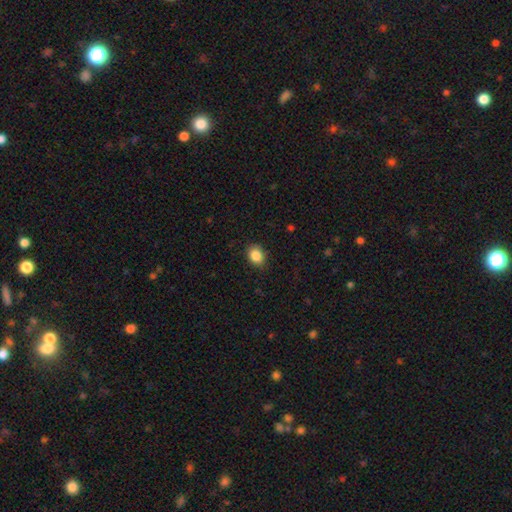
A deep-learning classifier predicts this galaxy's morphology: Smooth or featured? smooth (87%)
How rounded? in between (53%)
Merging? none (82%)